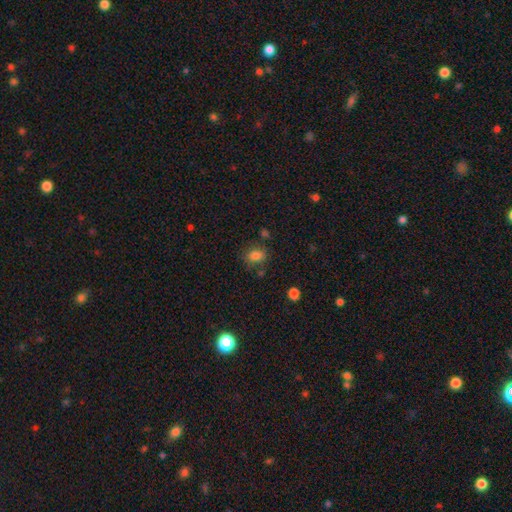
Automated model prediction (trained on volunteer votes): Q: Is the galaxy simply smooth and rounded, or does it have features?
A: smooth — 81%.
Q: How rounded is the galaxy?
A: in between — 58%.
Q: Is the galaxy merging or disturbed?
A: none — 75%.